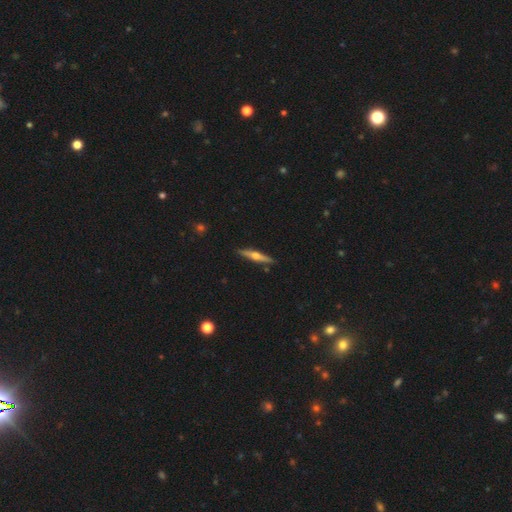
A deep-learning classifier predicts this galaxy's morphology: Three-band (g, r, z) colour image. It shows a featured or disk galaxy (66%) viewed edge-on (97%) with a rounded central bulge (92%). Merging: none (89%).